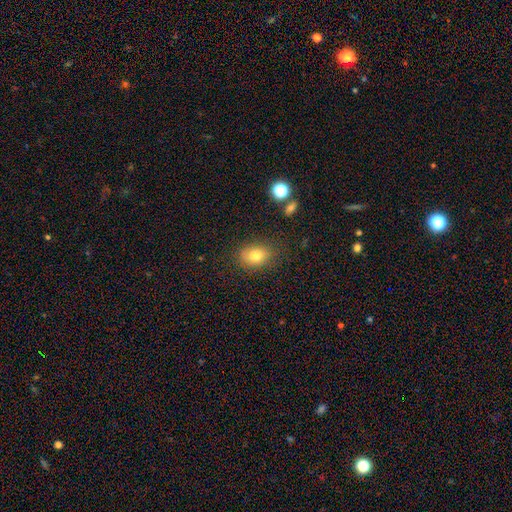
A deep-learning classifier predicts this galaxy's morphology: smooth-or-featured: smooth: 78% | featured or disk: 11% | star or artifact: 11%
  how-rounded: in between: 68% | round: 31% | cigar-shaped: 1%
  merging: none: 76% | minor disturbance: 17% | major disturbance: 5% | merger: 2%